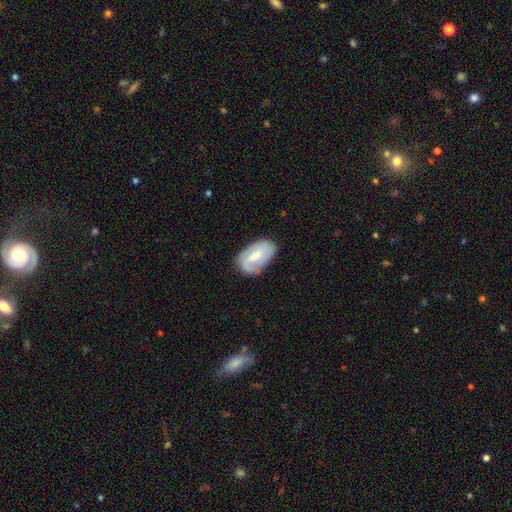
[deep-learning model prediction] Smooth or featured? featured or disk (48%)
Merging? none (62%)